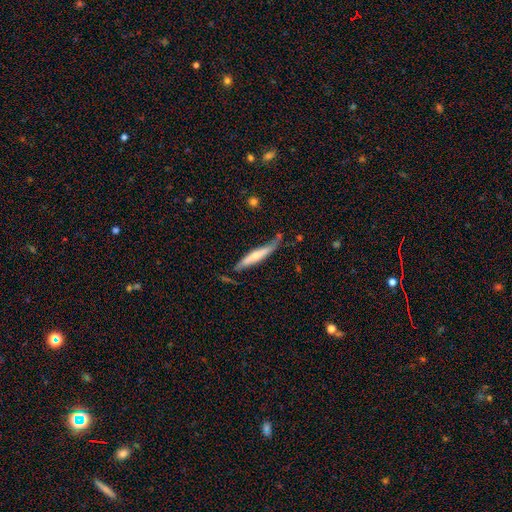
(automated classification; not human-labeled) A smooth galaxy with no disk features (50%).

Vote fractions:
- Smooth or featured? smooth: 50% / featured or disk: 45% / star or artifact: 5%
- Merging? none: 56% / minor disturbance: 29% / major disturbance: 9% / merger: 5%